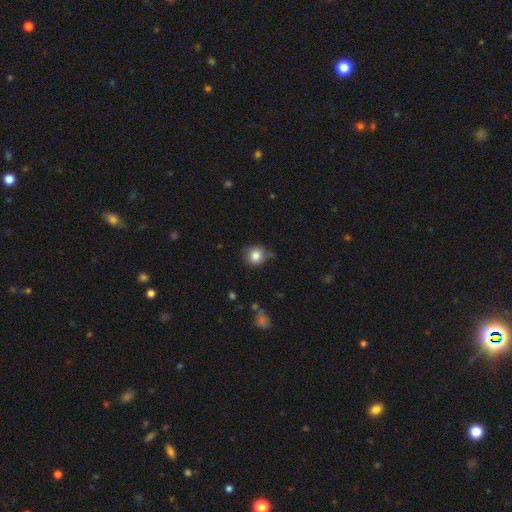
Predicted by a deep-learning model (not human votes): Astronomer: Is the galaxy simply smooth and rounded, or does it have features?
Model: smooth — 83%.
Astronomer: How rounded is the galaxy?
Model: round — 88%.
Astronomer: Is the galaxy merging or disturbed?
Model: none — 75%.